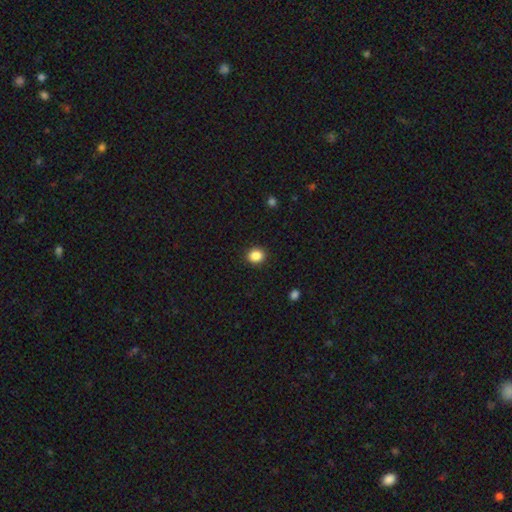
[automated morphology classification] Smooth or featured: smooth — 86% (star or artifact — 10%)
How rounded: round — 75% (in between — 24%)
Merging: none — 92% (minor disturbance — 6%)